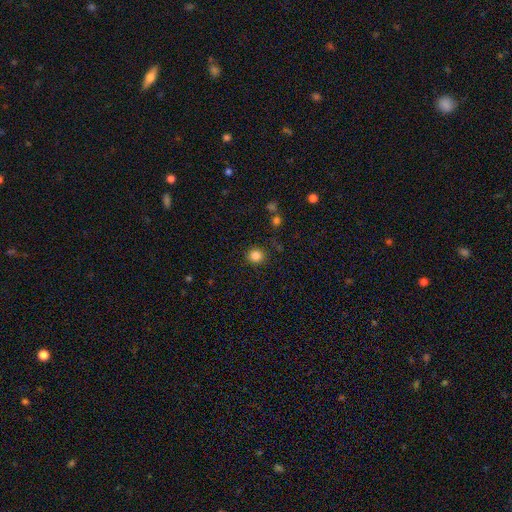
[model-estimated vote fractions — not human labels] Morphology: type=smooth (84%); roundness=round (89%); merging=none (88%).